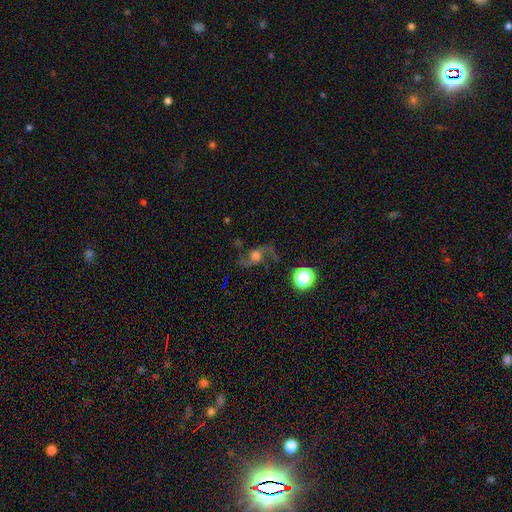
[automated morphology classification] featured or disk 70%, smooth 16%, star or artifact 13%. Down the decision tree: edge-on disk — no (94%); bar — no (66%); spiral arms — yes (92%); spiral arm count — 2 (90%); spiral winding — loose (81%); bulge size — moderate (39%); merging — none (64%).